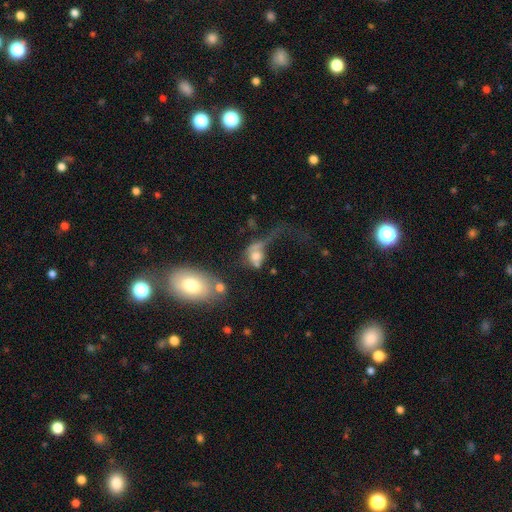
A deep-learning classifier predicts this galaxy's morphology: Q: Smooth or featured?
A: smooth (56%); runner-up: featured or disk (31%)
Q: How rounded?
A: in between (54%); runner-up: round (41%)
Q: Merging?
A: major disturbance (42%); runner-up: merger (31%)